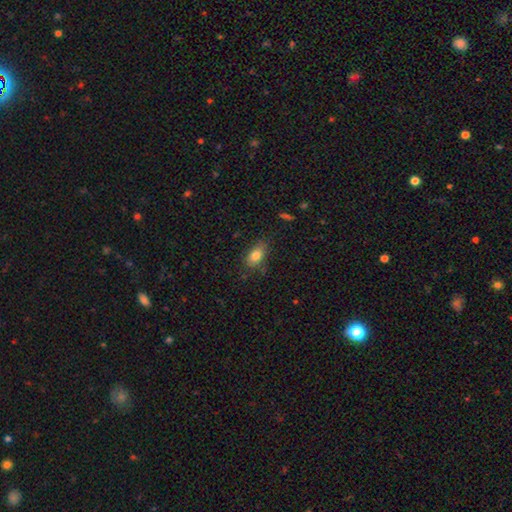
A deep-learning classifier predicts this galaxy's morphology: Overall: smooth (82%). How rounded: in between (87%). Merging: none (75%).